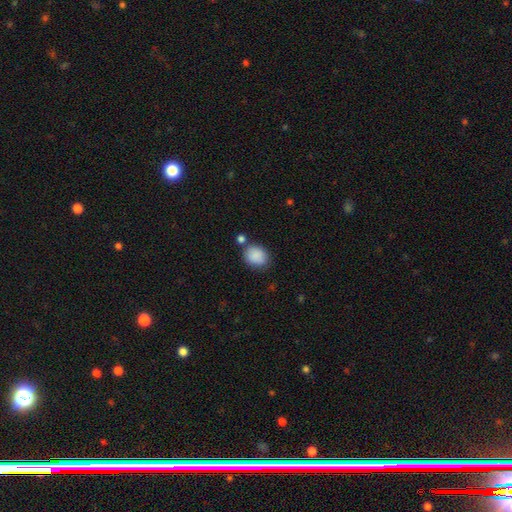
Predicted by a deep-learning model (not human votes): A smooth galaxy with no disk features (88%) that is round (53%). Merging: none (69%).